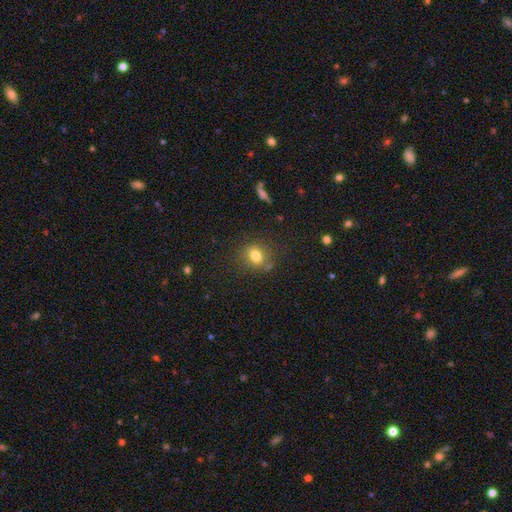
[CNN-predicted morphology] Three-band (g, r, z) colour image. It shows a smooth galaxy with no disk features (79%) that is round (66%). Merging: none (78%).